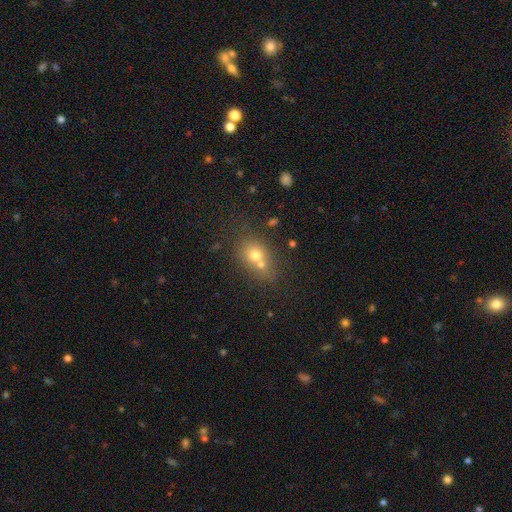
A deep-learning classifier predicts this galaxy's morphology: This appears to be a smooth galaxy with no disk features (66%) that is round (56%). Merging: merger (50%).